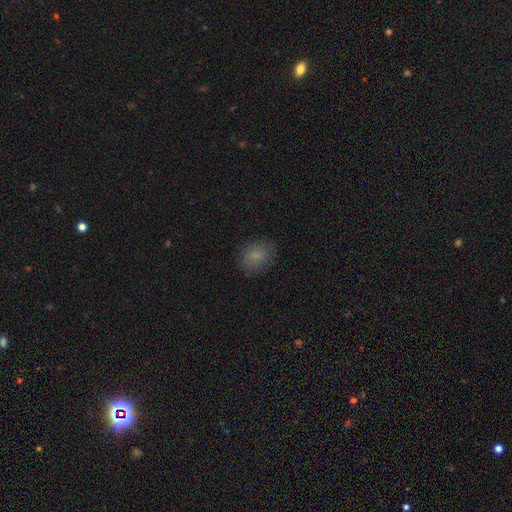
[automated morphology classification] Smooth or featured? Predicted: smooth (p=0.81). How rounded? Predicted: round (p=0.51). Merging? Predicted: none (p=0.81).